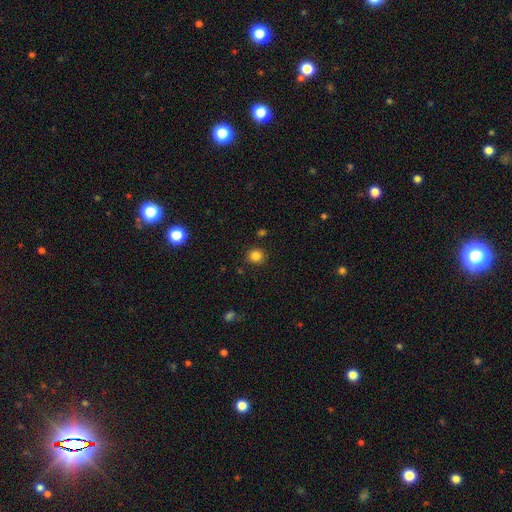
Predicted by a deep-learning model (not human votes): Overall: smooth (83%). How rounded: round (85%). Merging: none (88%).